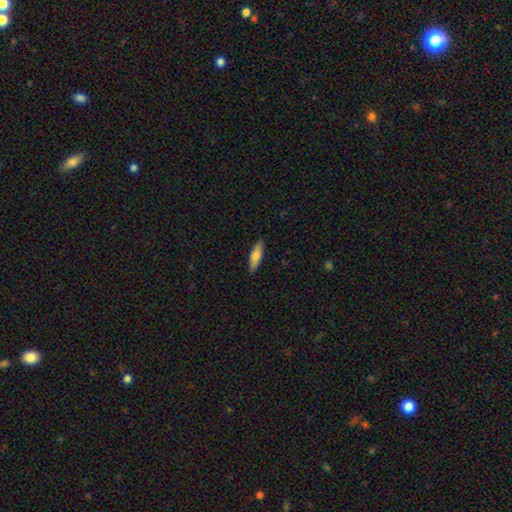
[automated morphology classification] Smooth or featured: smooth — 75% (featured or disk — 19%)
How rounded: cigar-shaped — 55% (in between — 43%)
Merging: none — 89% (minor disturbance — 8%)